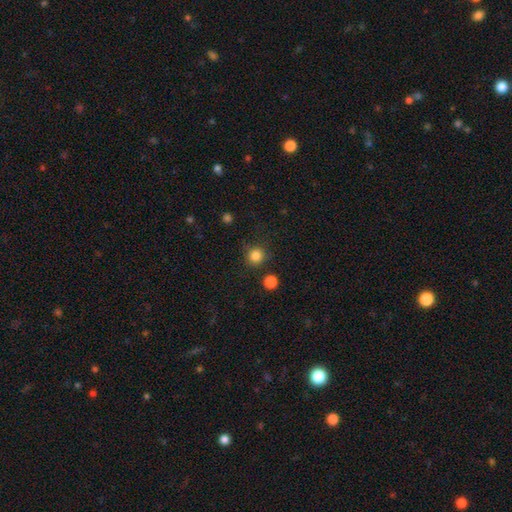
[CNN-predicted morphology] This is clearly a smooth galaxy (84%). How rounded: clearly round (93%). Merging: clearly none (84%).